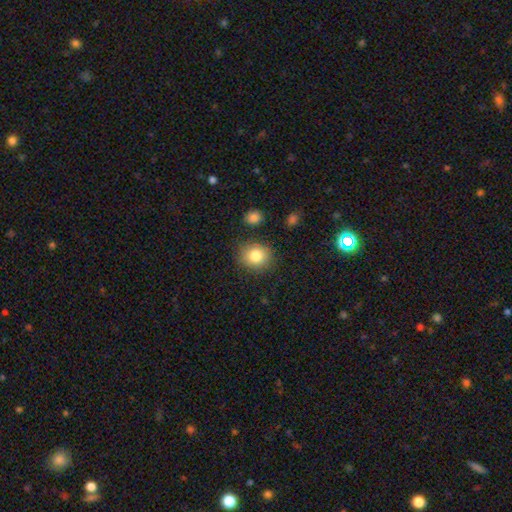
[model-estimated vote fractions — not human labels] This appears to be a smooth galaxy with no disk features (82%) that is round (75%). Merging: none (84%).